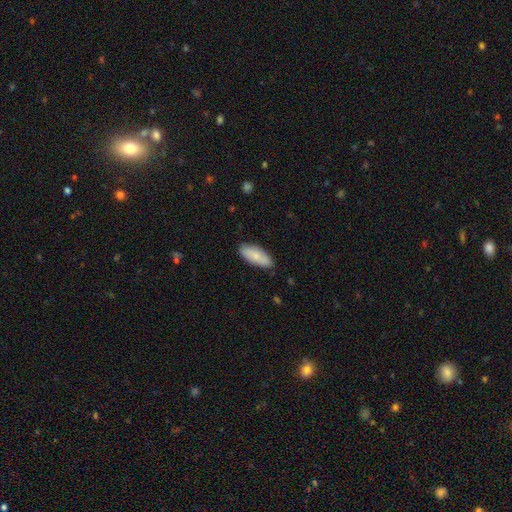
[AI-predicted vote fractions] This appears to be a smooth galaxy with no disk features (80%) that is in between round and cigar-shaped (80%). Merging: none (84%).